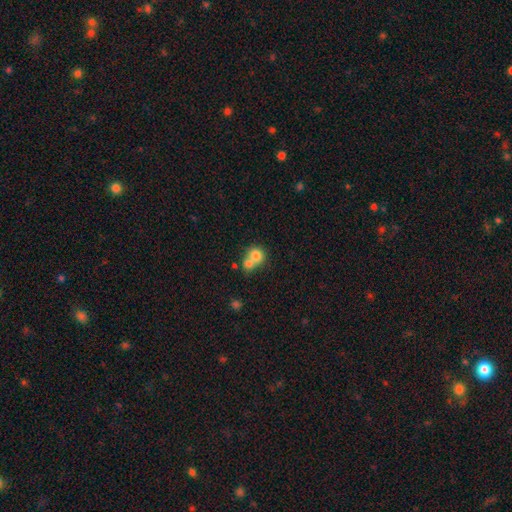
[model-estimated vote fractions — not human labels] Overall: smooth (77%). How rounded: round (81%). Merging: merger (59%; none 32%).